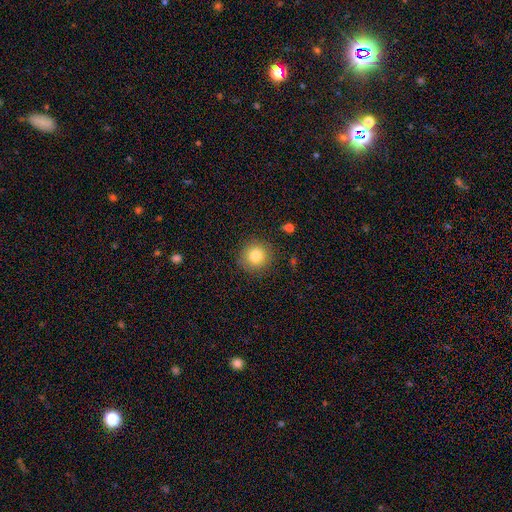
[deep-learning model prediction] Smooth or featured? Predicted: smooth (p=0.82). How rounded? Predicted: round (p=0.93). Merging? Predicted: none (p=0.88).